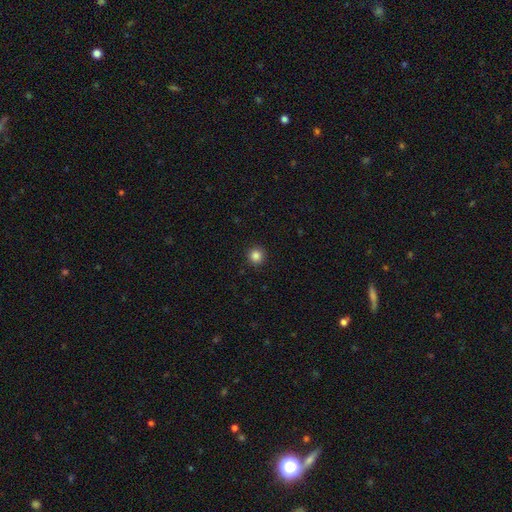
This appears to be a smooth galaxy with no disk features (87%) that is round (97%). Merging: none (86%).